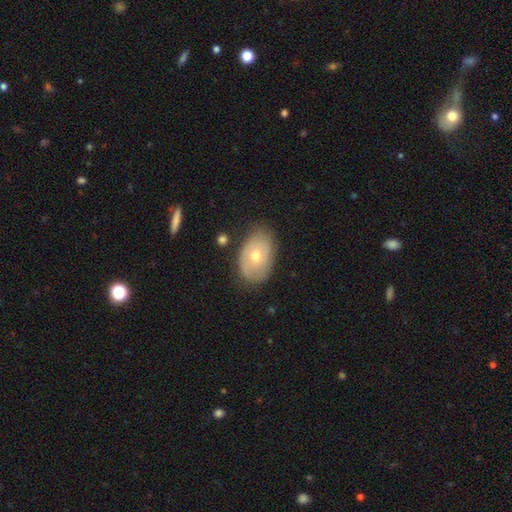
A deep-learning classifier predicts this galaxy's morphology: smooth 48%, featured or disk 44%, star or artifact 8%. Down the decision tree: merging — none (74%).